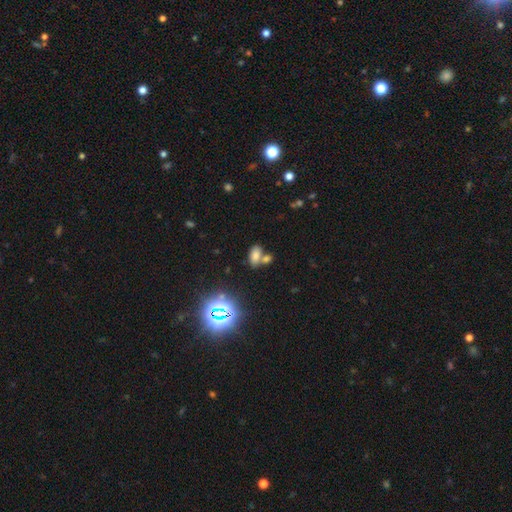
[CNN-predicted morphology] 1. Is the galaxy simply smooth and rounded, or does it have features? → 68% smooth, 22% star or artifact, 10% featured or disk.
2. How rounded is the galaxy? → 88% in between, 8% round, 3% cigar-shaped.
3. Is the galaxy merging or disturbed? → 49% none, 37% merger, 10% minor disturbance, 4% major disturbance.